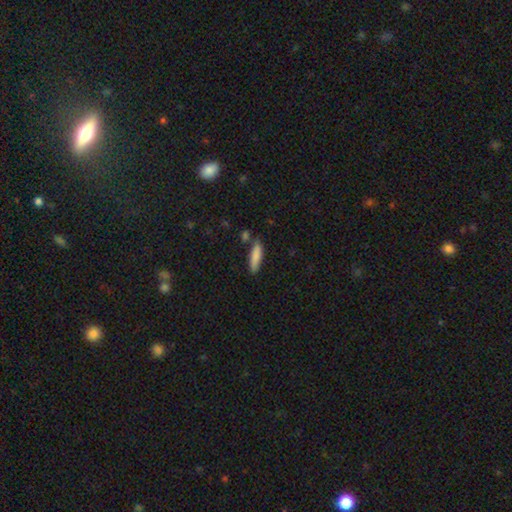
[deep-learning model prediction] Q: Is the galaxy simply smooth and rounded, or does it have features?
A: smooth — 84%.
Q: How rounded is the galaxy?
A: cigar-shaped — 72%.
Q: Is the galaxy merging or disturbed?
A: none — 76%.